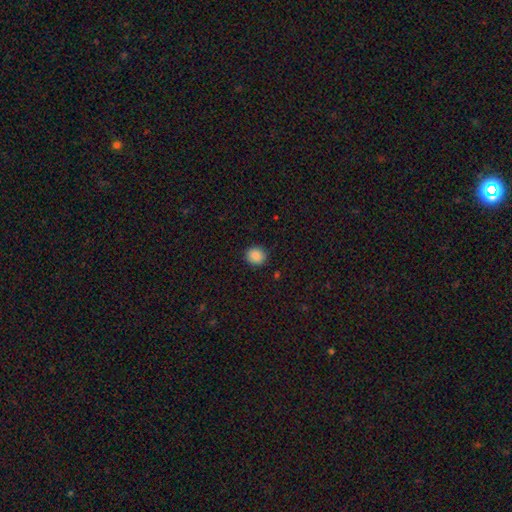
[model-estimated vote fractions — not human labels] Q: Smooth or featured?
A: smooth (87%); runner-up: star or artifact (9%)
Q: How rounded?
A: round (82%); runner-up: in between (17%)
Q: Merging?
A: none (89%); runner-up: minor disturbance (8%)